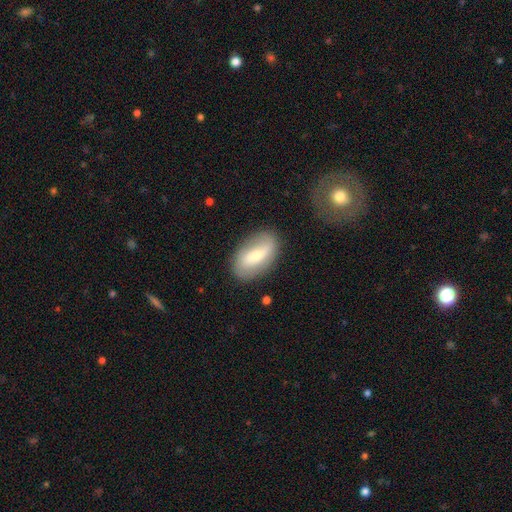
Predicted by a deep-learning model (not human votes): A smooth galaxy with no disk features (49%).

Vote fractions:
- Smooth or featured? smooth: 49% / featured or disk: 45% / star or artifact: 7%
- Merging? none: 82% / minor disturbance: 12% / major disturbance: 4% / merger: 2%